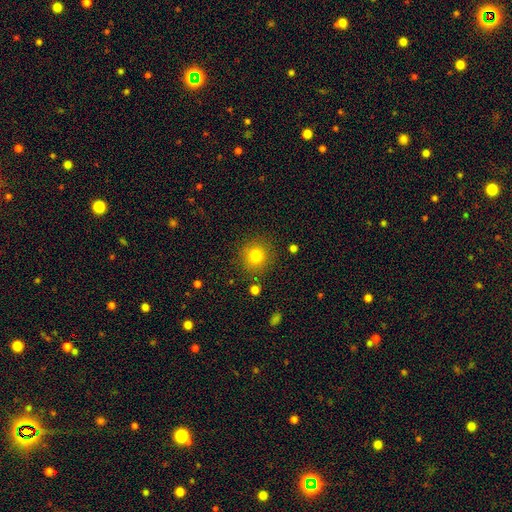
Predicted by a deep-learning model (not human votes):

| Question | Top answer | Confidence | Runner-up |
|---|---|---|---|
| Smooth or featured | smooth | 80% | star or artifact (12%) |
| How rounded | round | 92% | in between (8%) |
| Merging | none | 86% | minor disturbance (8%) |